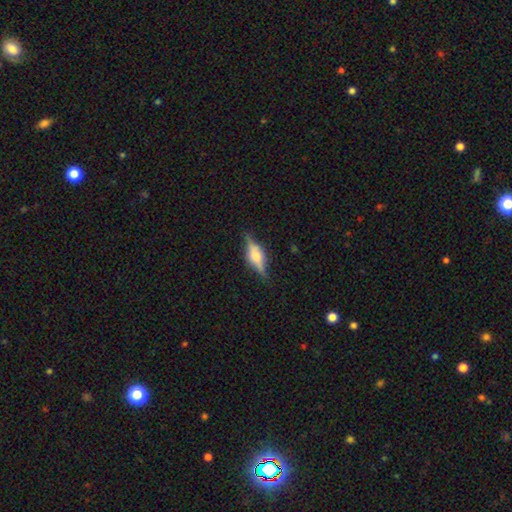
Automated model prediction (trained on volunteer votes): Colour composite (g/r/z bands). It shows a featured or disk galaxy (64%) viewed edge-on (95%) with a rounded central bulge (77%). Merging: none (82%).